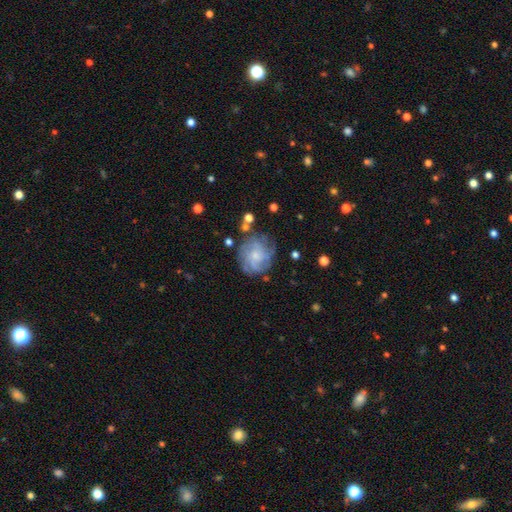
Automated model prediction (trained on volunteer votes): Smooth or featured: featured or disk — 71% (smooth — 20%)
Edge-on disk: no — 98% (yes — 2%)
Bar: no — 76% (weak — 21%)
Spiral arms: yes — 91% (no — 9%)
Spiral winding: tight — 54% (medium — 33%)
Spiral arm count: can't tell — 35% (4 — 24%)
Bulge size: small — 64% (moderate — 23%)
Merging: none — 72% (minor disturbance — 17%)